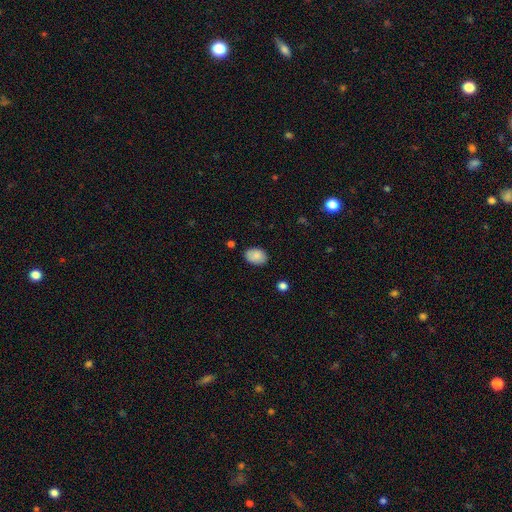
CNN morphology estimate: Smooth or featured? Predicted: smooth (p=0.86). How rounded? Predicted: in between (p=0.82). Merging? Predicted: none (p=0.81).